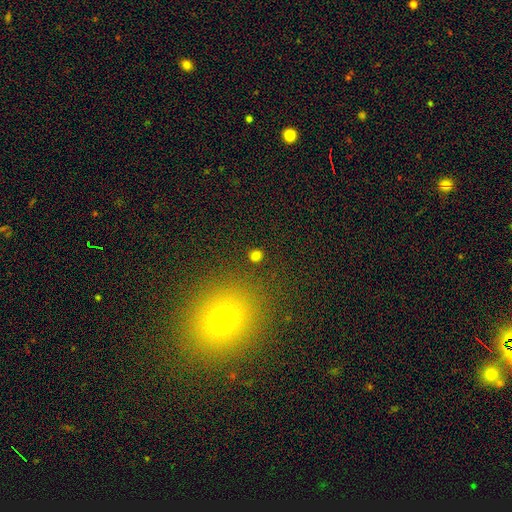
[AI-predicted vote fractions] Q: Smooth or featured?
A: smooth (78%); runner-up: star or artifact (17%)
Q: How rounded?
A: round (83%); runner-up: in between (16%)
Q: Merging?
A: none (87%); runner-up: minor disturbance (6%)